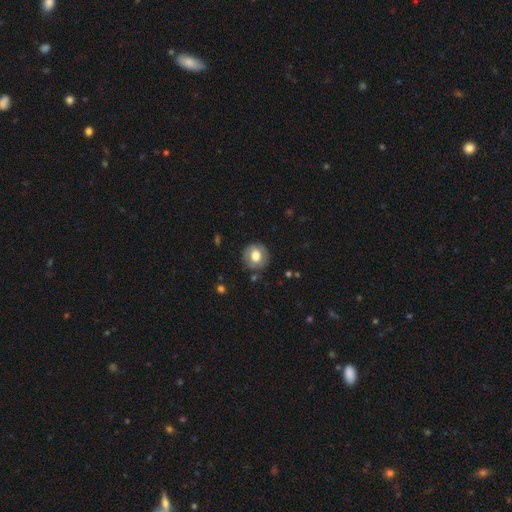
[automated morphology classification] smooth_or_featured: smooth (p=0.67) [alt: featured or disk p=0.25]
how_rounded: round (p=0.88) [alt: in between p=0.11]
merging: none (p=0.85) [alt: minor disturbance p=0.10]